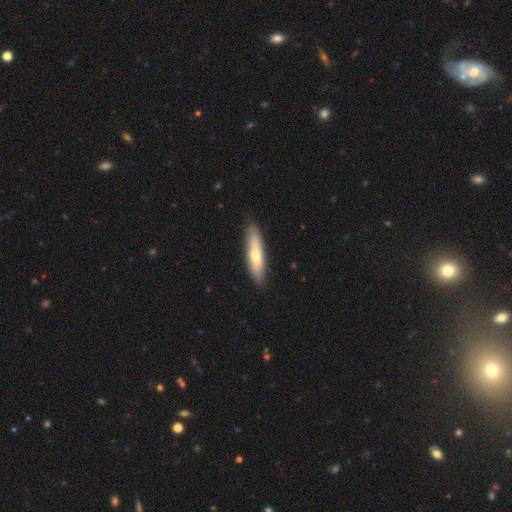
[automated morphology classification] The model was most divided on "smooth or featured": smooth: 68%, featured or disk: 27%, star or artifact: 5%. More confident: merging — none (85%); how rounded — cigar-shaped (76%).